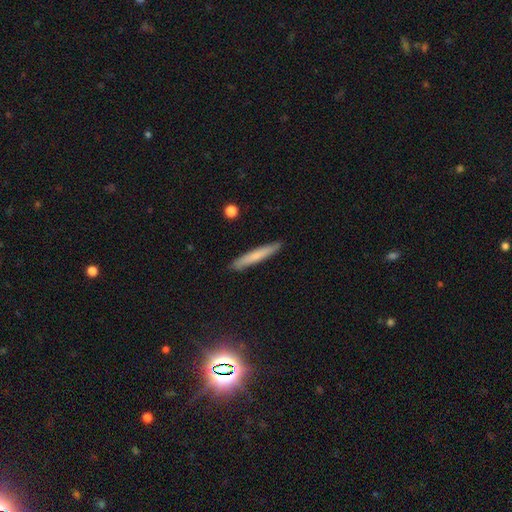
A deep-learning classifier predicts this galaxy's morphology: The model was most divided on "smooth or featured": smooth: 69%, featured or disk: 25%, star or artifact: 7%. More confident: how rounded — cigar-shaped (95%); merging — none (90%).